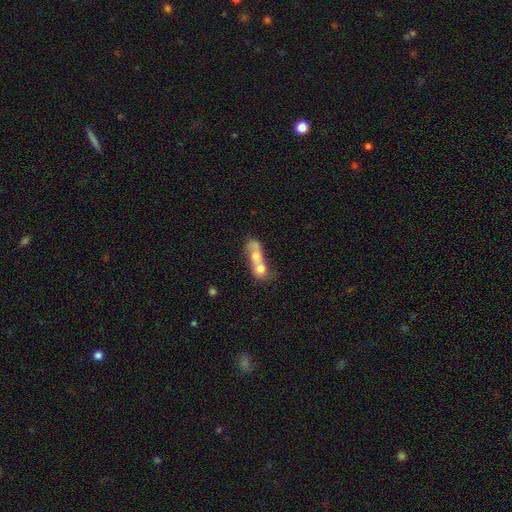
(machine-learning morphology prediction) Q: Smooth or featured?
A: smooth (61%); runner-up: featured or disk (29%)
Q: How rounded?
A: in between (51%); runner-up: round (36%)
Q: Merging?
A: merger (79%); runner-up: none (11%)